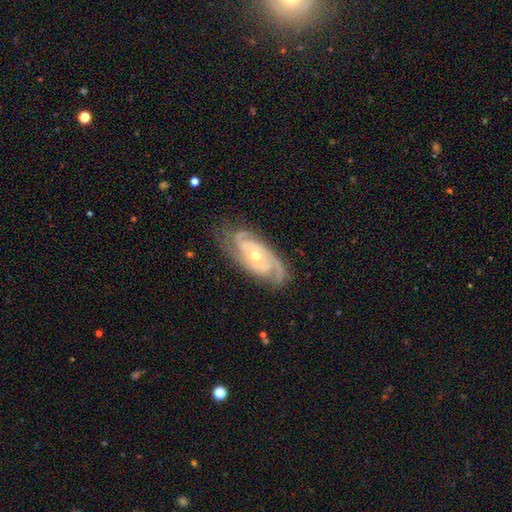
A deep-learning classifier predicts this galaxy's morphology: Overall: featured or disk (91%). Edge-on disk: no (95%). Bar: no (71%). Spiral arms: yes (98%). Spiral arm count: 2 (43%; 3 33%). Spiral winding: tight (67%; medium 28%). Bulge size: moderate (54%; small 43%). Merging: none (78%).